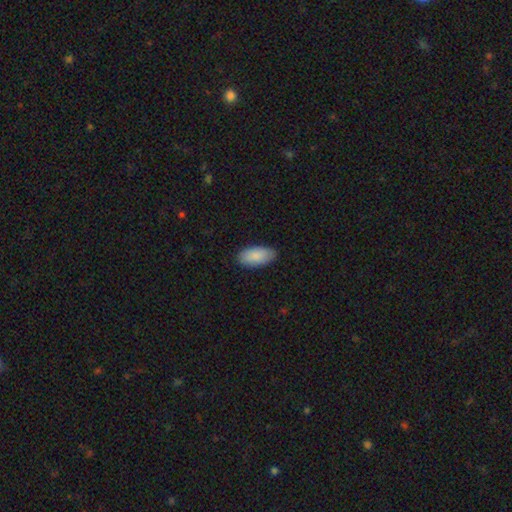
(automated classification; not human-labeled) smooth_or_featured: smooth (p=0.88) [alt: featured or disk p=0.06]
how_rounded: in between (p=0.94) [alt: cigar-shaped p=0.04]
merging: none (p=0.87) [alt: minor disturbance p=0.10]